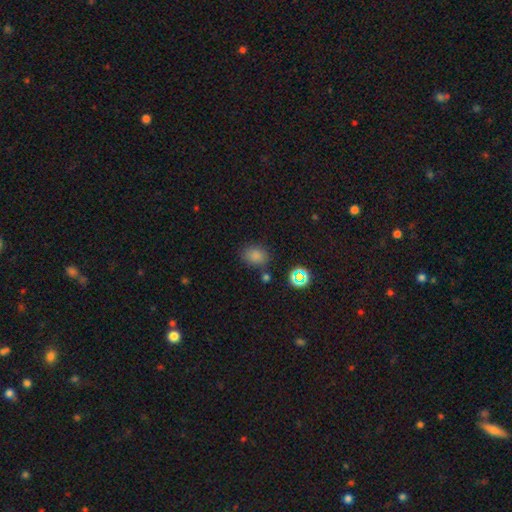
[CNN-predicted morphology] smooth_or_featured: smooth (p=0.78) [alt: star or artifact p=0.17]
how_rounded: in between (p=0.53) [alt: round p=0.46]
merging: none (p=0.75) [alt: minor disturbance p=0.14]